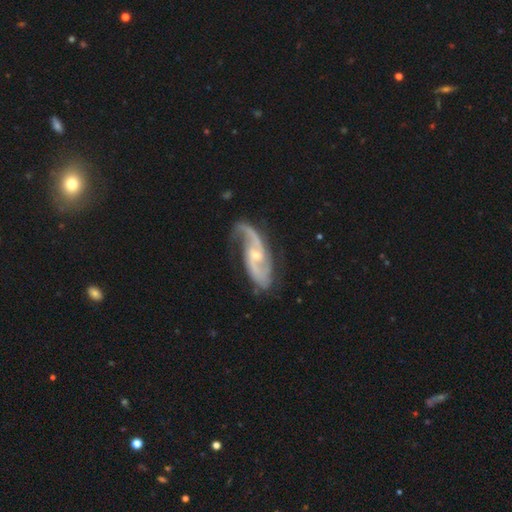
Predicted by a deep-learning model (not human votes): smooth-or-featured: featured or disk: 89% | smooth: 6% | star or artifact: 5%
  disk-edge-on: no: 95% | yes: 5%
    bar: no: 49% | weak: 39% | strong: 13%
    has-spiral-arms: yes: 97% | no: 3%
      spiral-winding: loose: 48% | medium: 39% | tight: 13%
      spiral-arm-count: 2: 84% | 1: 5% | can't tell: 5% | 3: 3% | 4: 2% | more than 4: 1%
    bulge-size: small: 61% | moderate: 35% | none: 2% | large: 1% | dominant: 1%
  merging: none: 62% | minor disturbance: 22% | major disturbance: 13% | merger: 3%